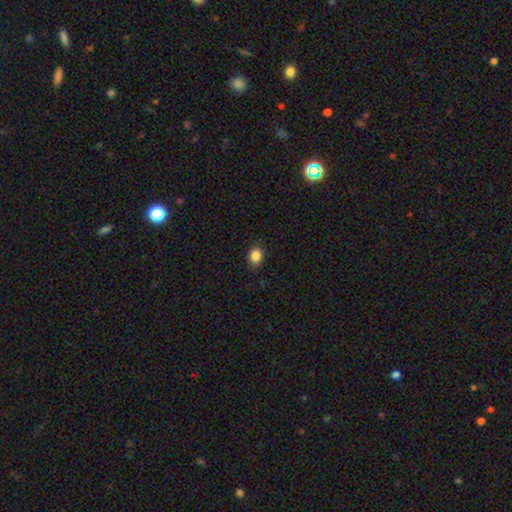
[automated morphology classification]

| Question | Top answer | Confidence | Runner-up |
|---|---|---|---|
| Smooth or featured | smooth | 86% | star or artifact (10%) |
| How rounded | round | 54% | in between (45%) |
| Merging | none | 86% | minor disturbance (11%) |